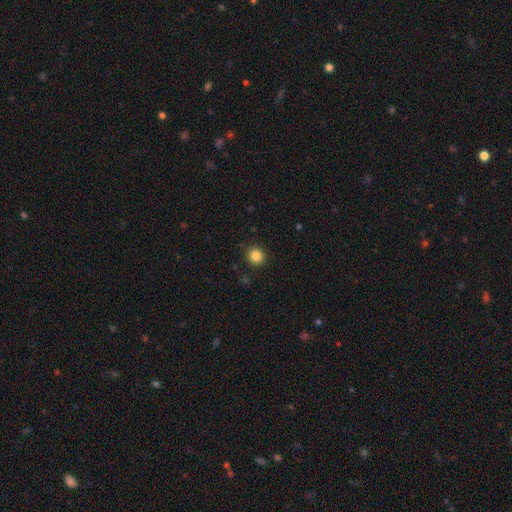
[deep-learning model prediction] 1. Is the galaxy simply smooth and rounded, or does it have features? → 84% smooth, 12% star or artifact, 4% featured or disk.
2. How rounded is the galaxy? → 94% round, 5% in between, 1% cigar-shaped.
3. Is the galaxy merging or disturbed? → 92% none, 5% minor disturbance, 2% major disturbance, 1% merger.